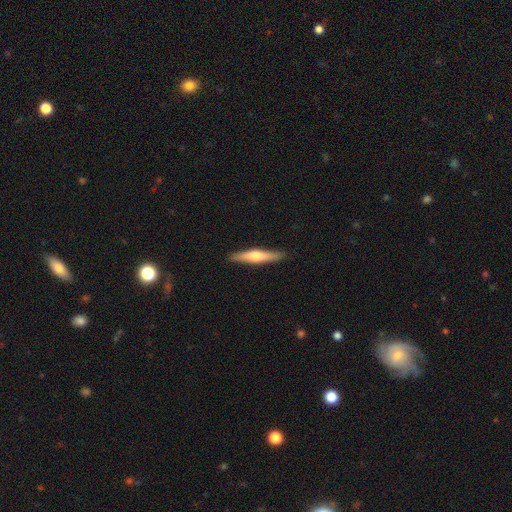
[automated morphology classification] Smooth or featured? Predicted: smooth (p=0.49). Merging? Predicted: none (p=0.90).